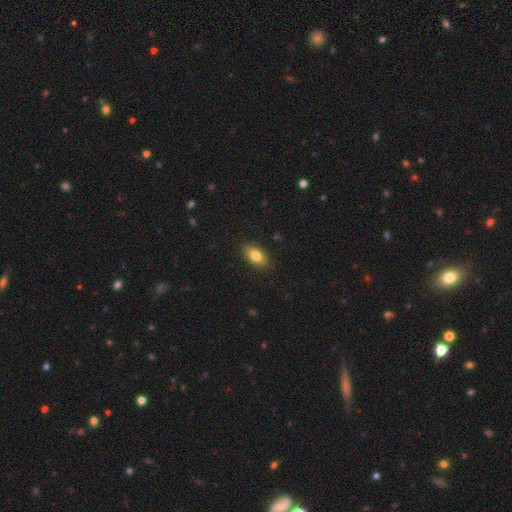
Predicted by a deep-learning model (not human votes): Overall: smooth (81%). How rounded: in between (89%). Merging: none (88%).